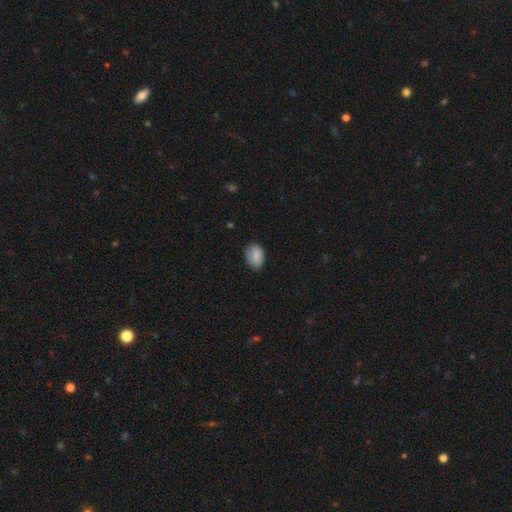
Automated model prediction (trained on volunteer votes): Smooth or featured?
  - smooth: 84% *
  - featured or disk: 8%
  - star or artifact: 7%
How rounded?
  - in between: 78% *
  - round: 21%
  - cigar-shaped: 1%
Merging?
  - none: 74% *
  - minor disturbance: 21%
  - major disturbance: 3%
  - merger: 1%